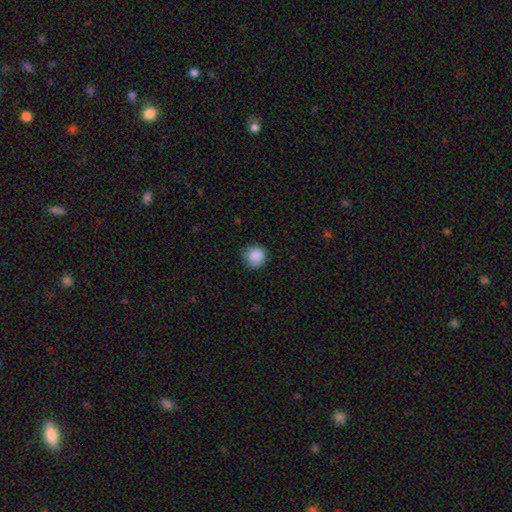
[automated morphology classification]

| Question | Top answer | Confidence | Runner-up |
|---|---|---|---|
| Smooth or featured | smooth | 88% | star or artifact (8%) |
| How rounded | round | 87% | in between (12%) |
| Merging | none | 78% | minor disturbance (18%) |